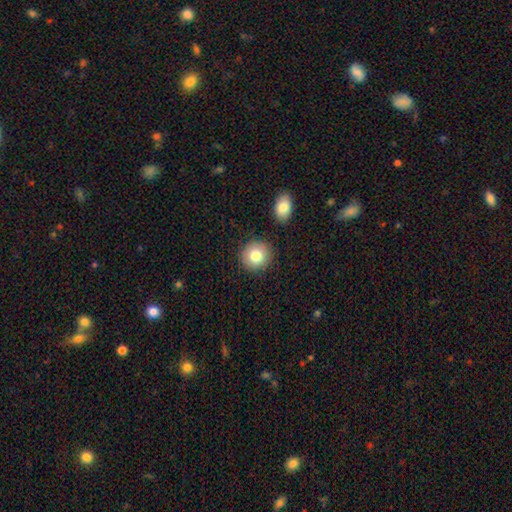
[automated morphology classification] A smooth galaxy with no disk features (79%) that is round (85%). Merging: none (86%).